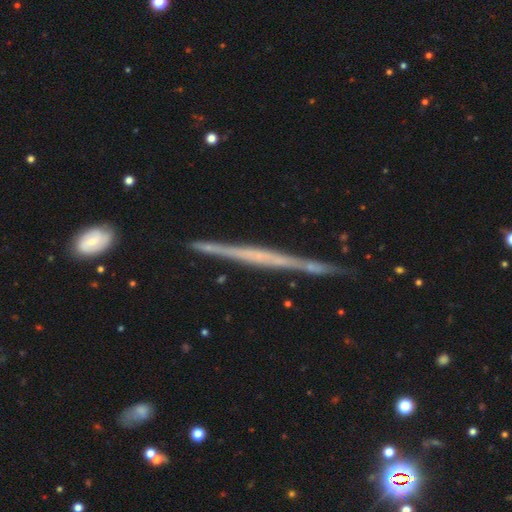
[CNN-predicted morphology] This is likely a featured or disk galaxy (73%). It is clearly viewed edge-on (98%). Edge-on bulge: likely none (79%). Merging: clearly none (86%).